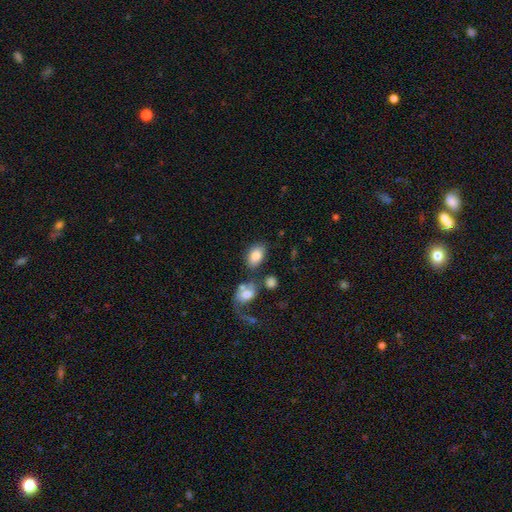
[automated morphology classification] Smooth or featured?
  - smooth: 82% *
  - featured or disk: 10%
  - star or artifact: 8%
How rounded?
  - in between: 87% *
  - round: 12%
  - cigar-shaped: 1%
Merging?
  - none: 67% *
  - minor disturbance: 14%
  - merger: 13%
  - major disturbance: 6%